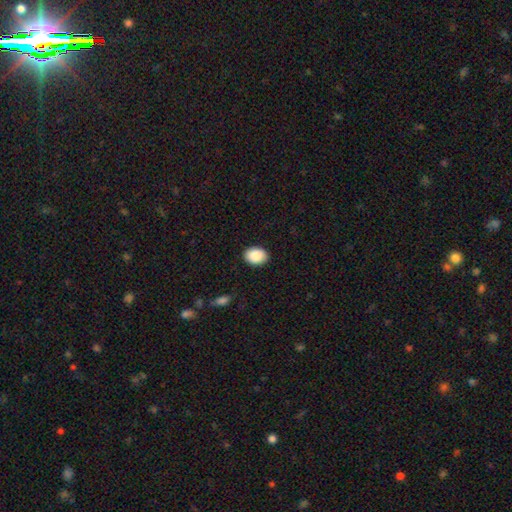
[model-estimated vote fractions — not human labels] smooth_or_featured: smooth (p=0.90) [alt: star or artifact p=0.07]
how_rounded: in between (p=0.74) [alt: round p=0.25]
merging: none (p=0.89) [alt: minor disturbance p=0.08]